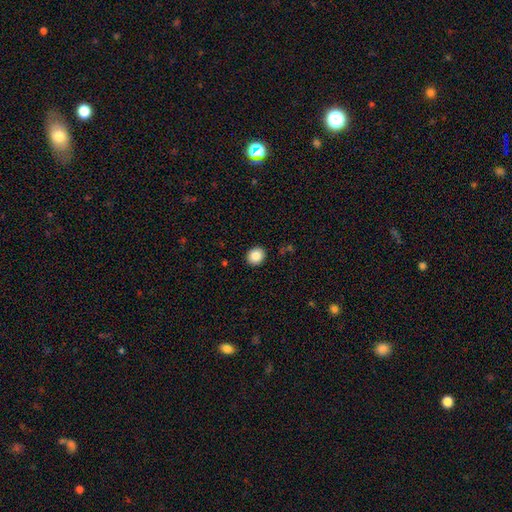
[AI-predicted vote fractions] This appears to be a smooth galaxy with no disk features (86%) that is round (76%). Merging: none (91%).